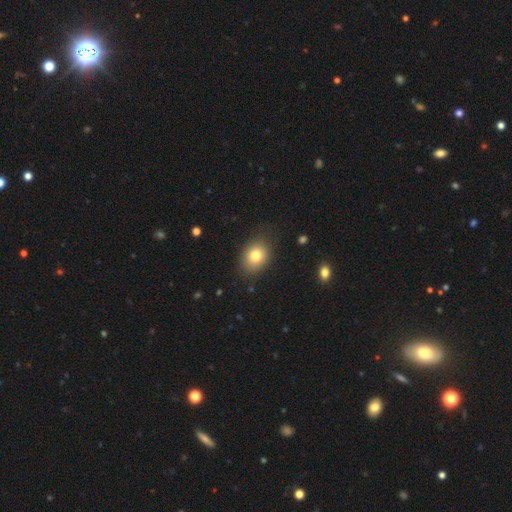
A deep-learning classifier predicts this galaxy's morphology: smooth_or_featured: smooth (p=0.78) [alt: featured or disk p=0.11]
how_rounded: in between (p=0.53) [alt: round p=0.46]
merging: none (p=0.82) [alt: minor disturbance p=0.13]